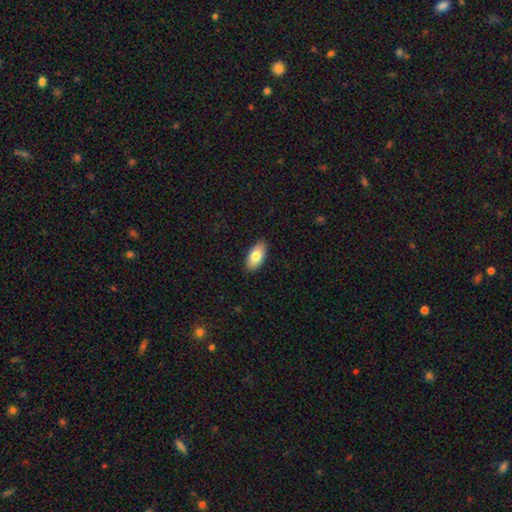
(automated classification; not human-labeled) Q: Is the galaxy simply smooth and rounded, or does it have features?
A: smooth — 80%.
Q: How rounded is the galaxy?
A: in between — 94%.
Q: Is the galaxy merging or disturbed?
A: none — 88%.